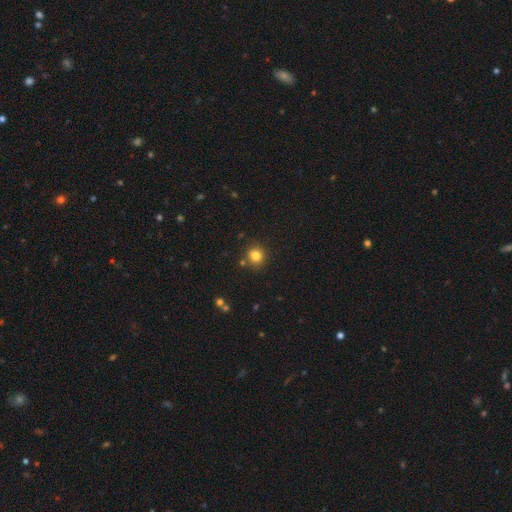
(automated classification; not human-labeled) Smooth or featured? smooth (81%)
How rounded? round (89%)
Merging? none (84%)